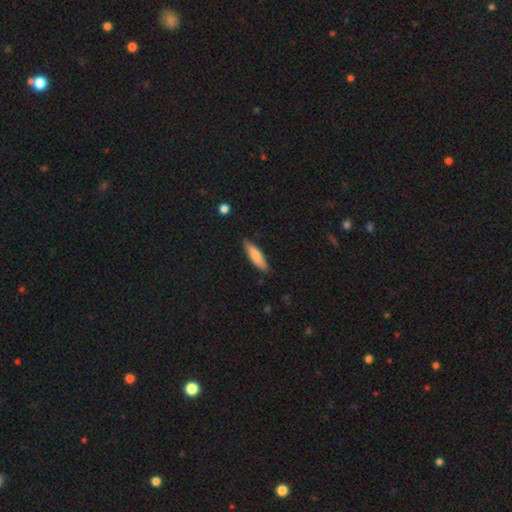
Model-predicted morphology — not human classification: Q: Smooth or featured?
A: smooth (77%); runner-up: featured or disk (17%)
Q: How rounded?
A: cigar-shaped (62%); runner-up: in between (36%)
Q: Merging?
A: none (80%); runner-up: minor disturbance (16%)